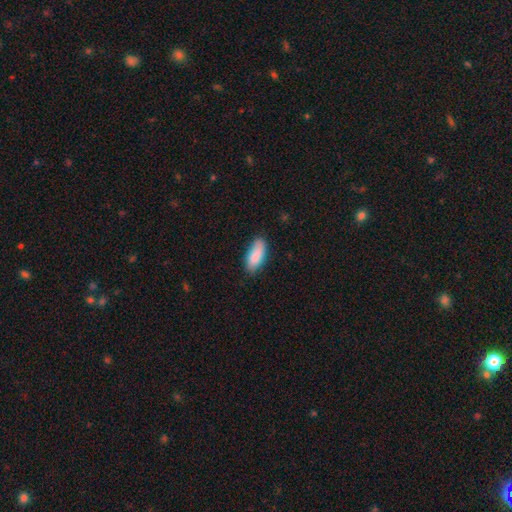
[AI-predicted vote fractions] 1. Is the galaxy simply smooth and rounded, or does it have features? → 86% smooth, 8% featured or disk, 6% star or artifact.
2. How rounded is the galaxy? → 82% in between, 17% cigar-shaped, 2% round.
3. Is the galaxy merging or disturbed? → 77% none, 19% minor disturbance, 3% major disturbance, 1% merger.